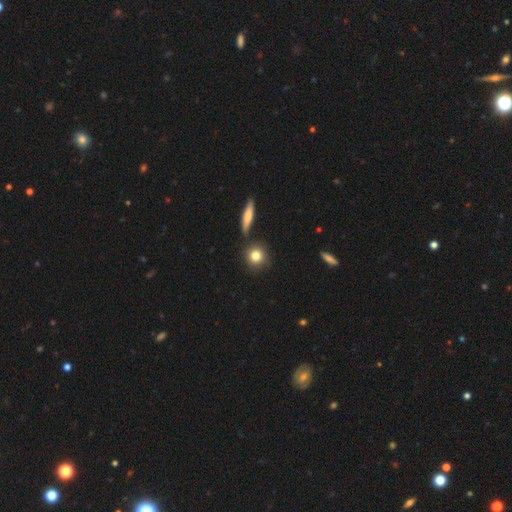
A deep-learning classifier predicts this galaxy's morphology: This appears to be a smooth galaxy with no disk features (81%) that is round (84%). Merging: none (81%).